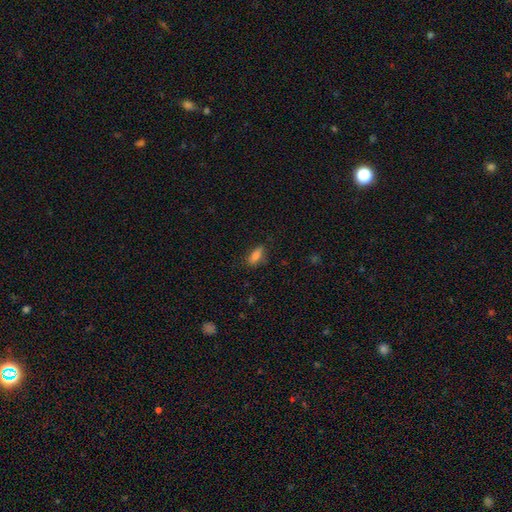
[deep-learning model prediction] The model was most divided on "merging": none: 75%, minor disturbance: 19%, major disturbance: 5%, merger: 1%. More confident: smooth or featured — smooth (81%); how rounded — in between (80%).